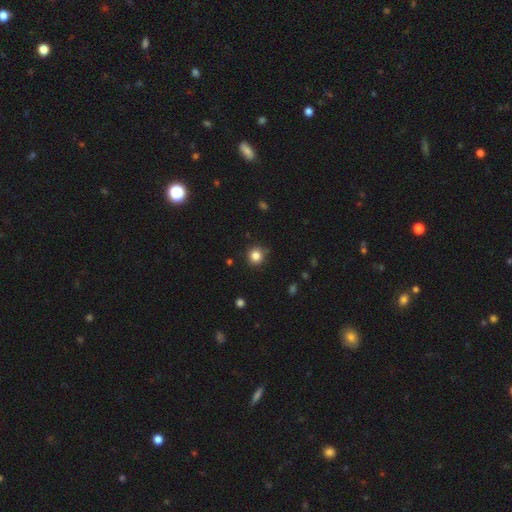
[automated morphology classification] Smooth or featured? smooth (83%)
How rounded? round (93%)
Merging? none (86%)